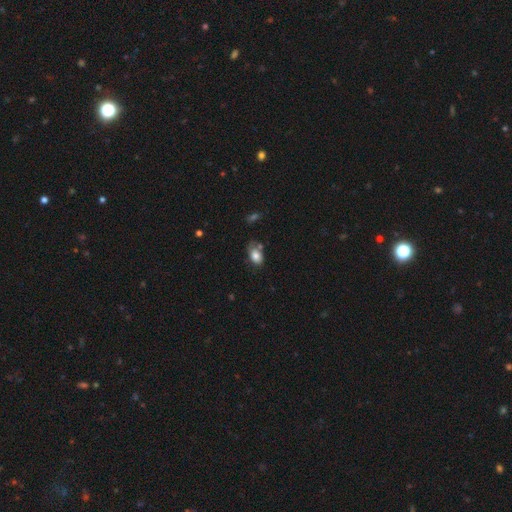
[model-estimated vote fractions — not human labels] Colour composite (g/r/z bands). It shows a smooth galaxy with no disk features (77%) that is in between round and cigar-shaped (87%). Merging: none (44%).